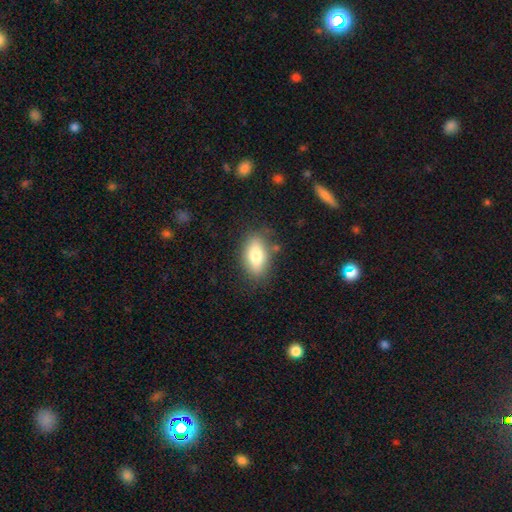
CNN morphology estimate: smooth-or-featured: smooth: 75% | featured or disk: 17% | star or artifact: 8%
  how-rounded: in between: 87% | round: 7% | cigar-shaped: 6%
  merging: none: 78% | minor disturbance: 15% | major disturbance: 4% | merger: 3%